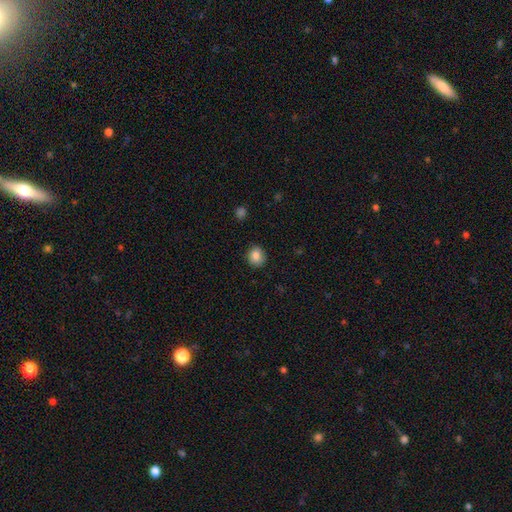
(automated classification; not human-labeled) This appears to be a smooth galaxy with no disk features (85%) that is round (80%). Merging: none (85%).